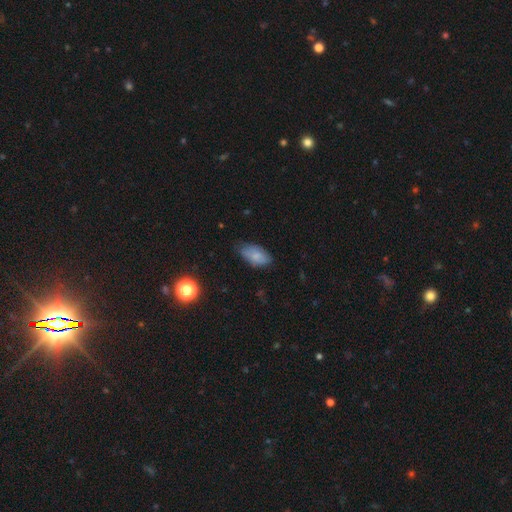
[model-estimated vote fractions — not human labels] This is likely a smooth galaxy (77%). How rounded: clearly in between (93%). Merging: likely none (61%).